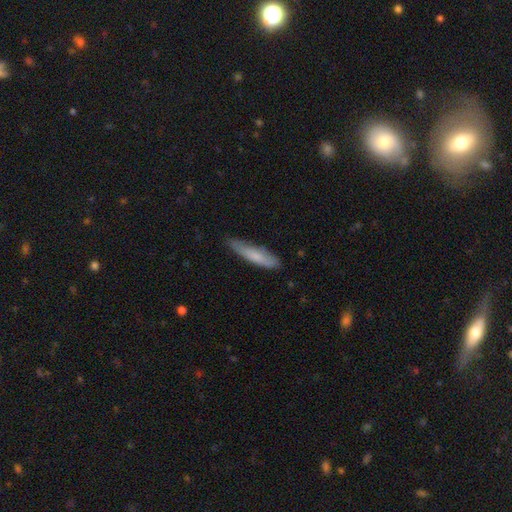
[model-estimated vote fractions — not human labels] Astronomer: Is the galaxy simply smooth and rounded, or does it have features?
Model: smooth — 74%.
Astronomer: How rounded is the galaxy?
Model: cigar-shaped — 82%.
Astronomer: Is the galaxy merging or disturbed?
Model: none — 73%.